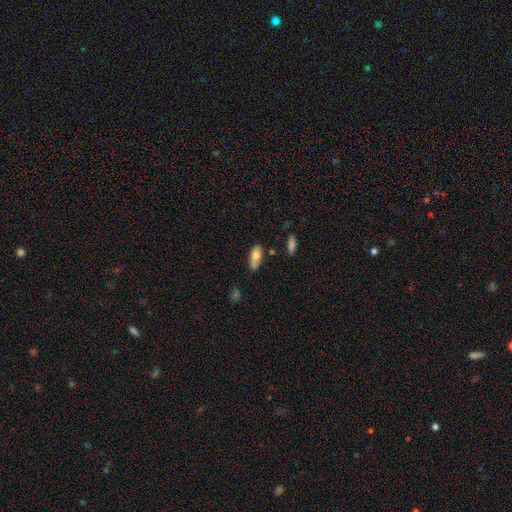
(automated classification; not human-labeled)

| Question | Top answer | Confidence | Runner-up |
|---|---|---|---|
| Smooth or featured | smooth | 74% | featured or disk (19%) |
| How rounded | in between | 82% | cigar-shaped (15%) |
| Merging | none | 67% | minor disturbance (22%) |